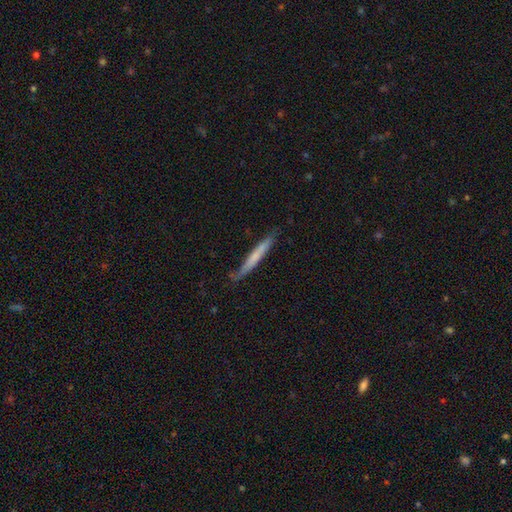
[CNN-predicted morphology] Smooth or featured?
  - smooth: 59% *
  - featured or disk: 36%
  - star or artifact: 5%
How rounded?
  - cigar-shaped: 96% *
  - in between: 3%
  - round: 1%
Merging?
  - none: 73% *
  - minor disturbance: 21%
  - major disturbance: 4%
  - merger: 2%